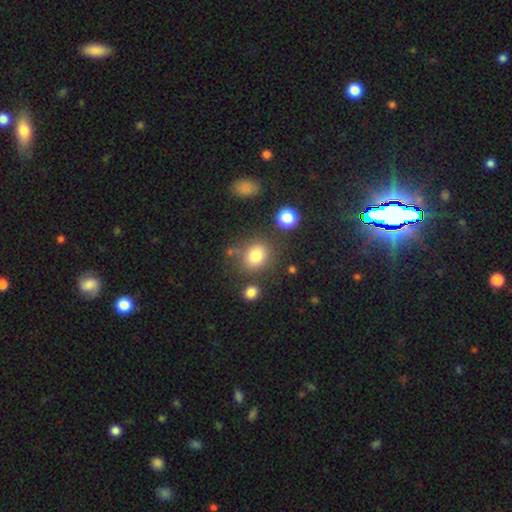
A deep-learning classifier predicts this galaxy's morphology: Smooth or featured?
  - smooth: 79% *
  - star or artifact: 13%
  - featured or disk: 8%
How rounded?
  - round: 65% *
  - in between: 34%
  - cigar-shaped: 1%
Merging?
  - none: 71% *
  - minor disturbance: 15%
  - merger: 9%
  - major disturbance: 6%